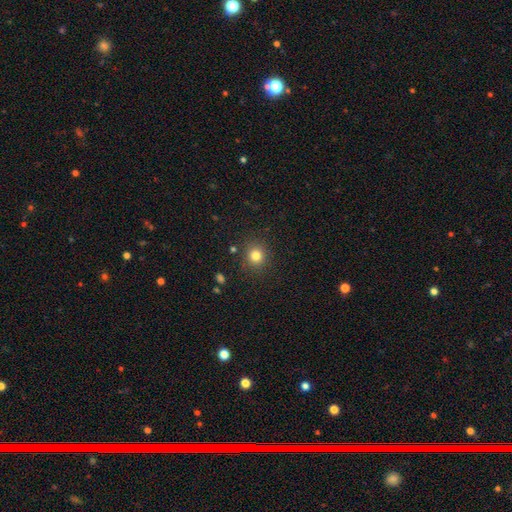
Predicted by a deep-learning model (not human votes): Overall: smooth (81%). How rounded: round (85%). Merging: none (87%).